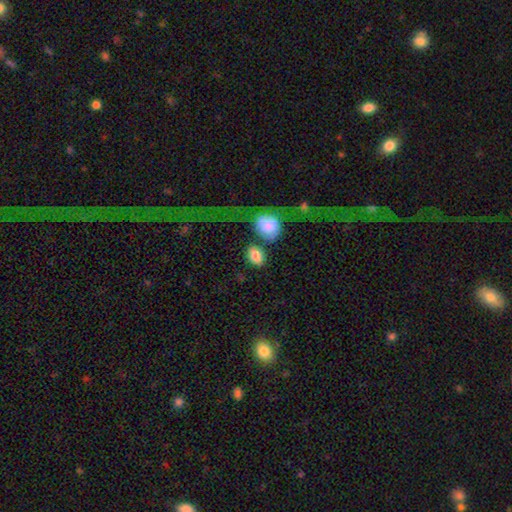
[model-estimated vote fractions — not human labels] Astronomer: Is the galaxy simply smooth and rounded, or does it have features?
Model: smooth — 85%.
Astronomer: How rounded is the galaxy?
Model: in between — 75%.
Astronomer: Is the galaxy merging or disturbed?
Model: none — 64%.